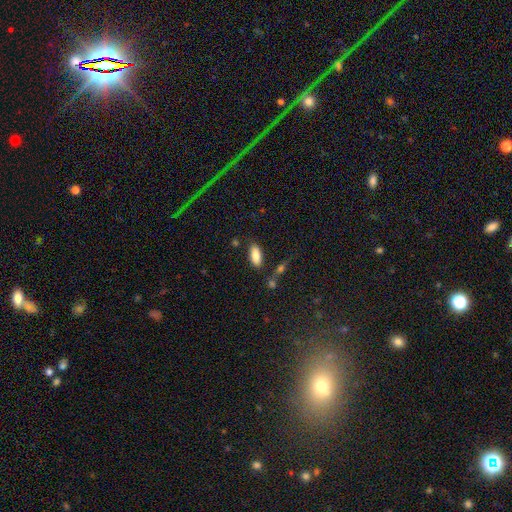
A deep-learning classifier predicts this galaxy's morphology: Smooth or featured: smooth — 84% (featured or disk — 9%)
How rounded: in between — 85% (cigar-shaped — 13%)
Merging: none — 78% (minor disturbance — 13%)